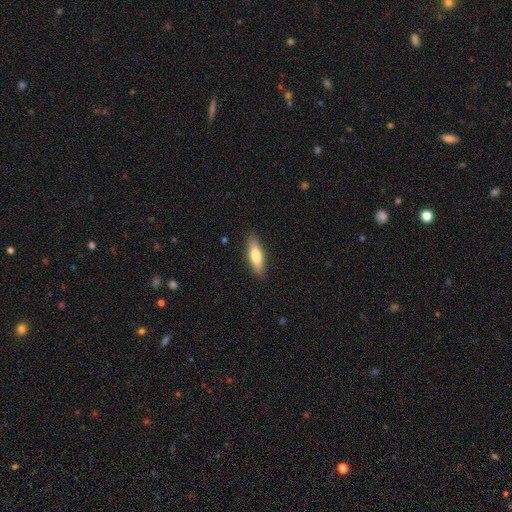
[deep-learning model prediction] smooth-or-featured: smooth: 72% | featured or disk: 23% | star or artifact: 6%
  how-rounded: cigar-shaped: 52% | in between: 46% | round: 2%
  merging: none: 88% | minor disturbance: 9% | major disturbance: 2% | merger: 1%